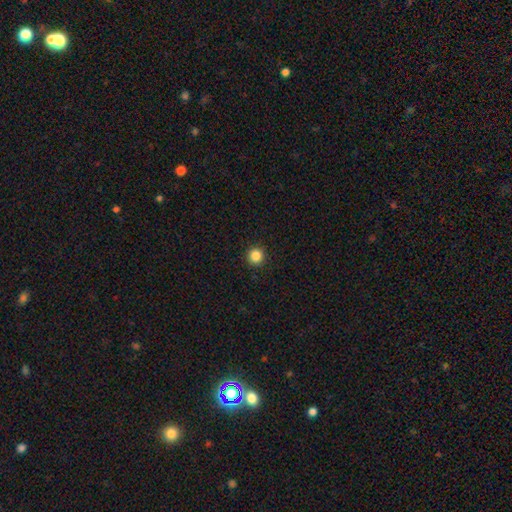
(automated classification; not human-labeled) smooth 86%, star or artifact 11%, featured or disk 3%. Down the decision tree: how rounded — round (95%); merging — none (93%).